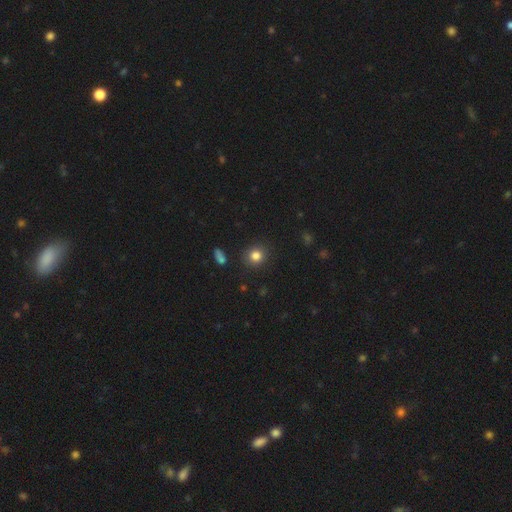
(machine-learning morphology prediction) type=smooth (82%); roundness=round (83%); merging=none (88%).